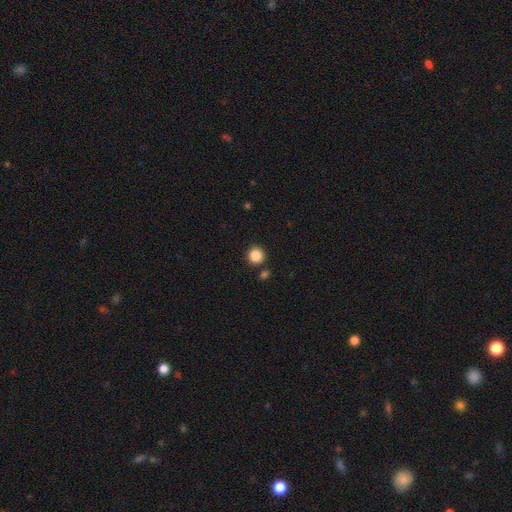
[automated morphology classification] smooth_or_featured: smooth (p=0.87) [alt: star or artifact p=0.10]
how_rounded: round (p=0.93) [alt: in between p=0.06]
merging: none (p=0.86) [alt: minor disturbance p=0.07]